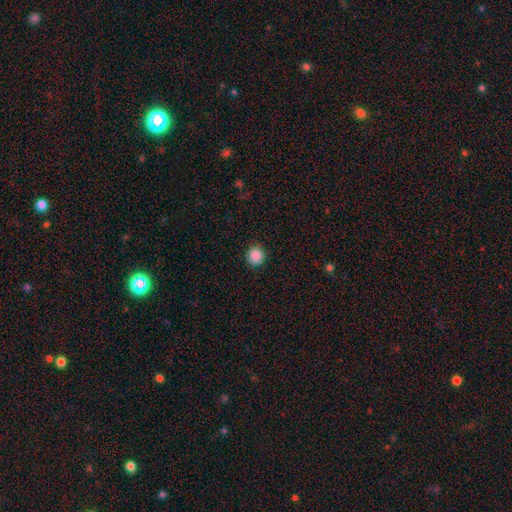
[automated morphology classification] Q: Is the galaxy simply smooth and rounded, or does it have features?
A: smooth — 88%.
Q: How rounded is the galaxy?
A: round — 88%.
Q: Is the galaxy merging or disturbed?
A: none — 91%.